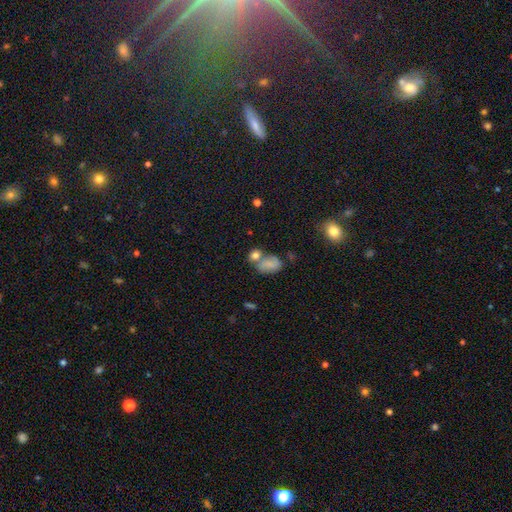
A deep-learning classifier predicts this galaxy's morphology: Overall: smooth (77%). How rounded: in between (59%; round 39%). Merging: none (44%; merger 37%).